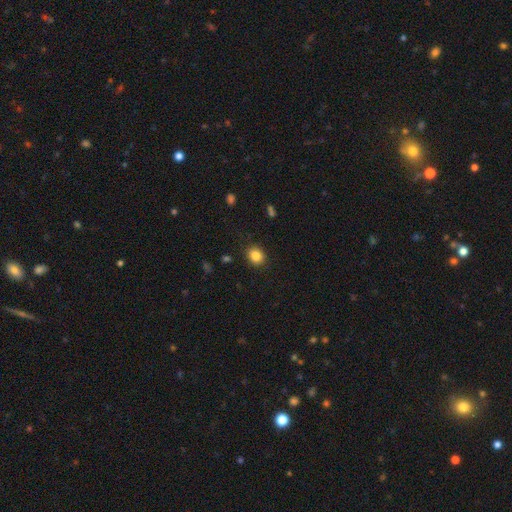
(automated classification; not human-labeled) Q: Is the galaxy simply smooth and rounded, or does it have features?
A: smooth — 85%.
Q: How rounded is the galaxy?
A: round — 63%.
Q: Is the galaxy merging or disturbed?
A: none — 86%.